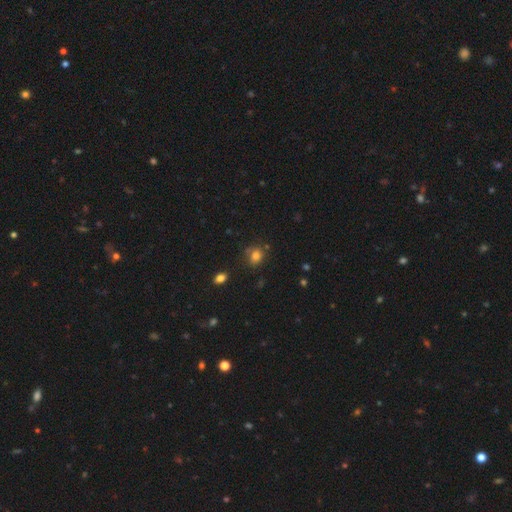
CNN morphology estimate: Smooth or featured: smooth — 79% (star or artifact — 14%)
How rounded: round — 63% (in between — 36%)
Merging: none — 68% (minor disturbance — 20%)